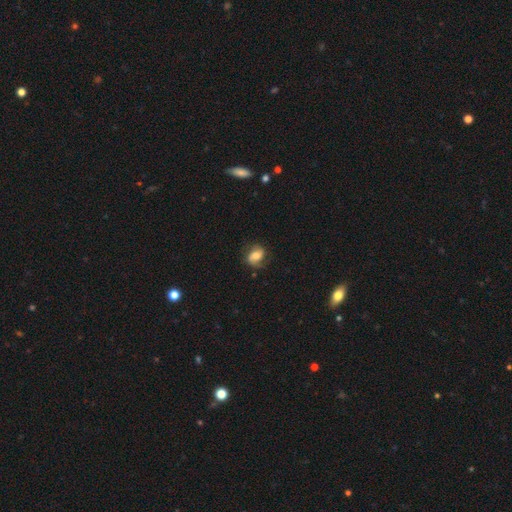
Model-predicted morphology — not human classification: Smooth or featured? smooth (46%)
Merging? none (67%)